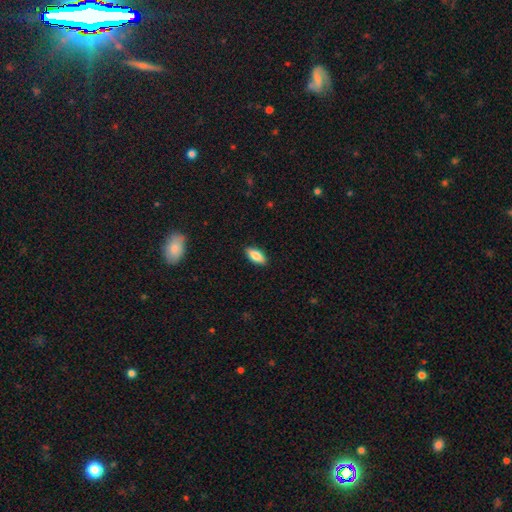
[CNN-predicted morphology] This appears to be a smooth galaxy with no disk features (80%) that is in between round and cigar-shaped (81%). Merging: none (89%).